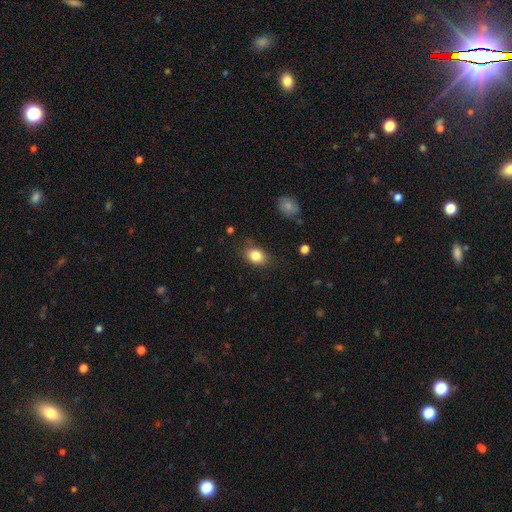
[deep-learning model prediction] Smooth or featured: smooth — 84% (star or artifact — 9%)
How rounded: in between — 74% (round — 24%)
Merging: none — 77% (minor disturbance — 17%)